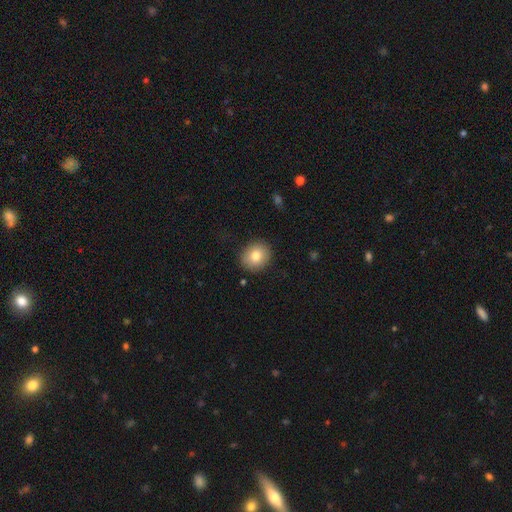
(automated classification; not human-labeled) The model was most divided on "how rounded": round: 76%, in between: 23%, cigar-shaped: 1%. More confident: merging — none (89%); smooth or featured — smooth (79%).